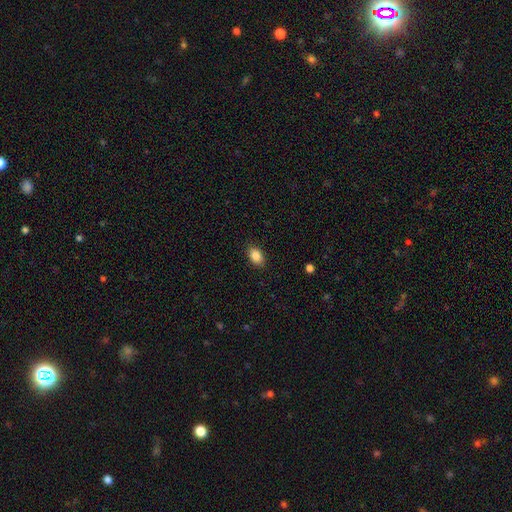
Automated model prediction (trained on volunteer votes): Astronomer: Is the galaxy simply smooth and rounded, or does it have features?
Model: smooth — 86%.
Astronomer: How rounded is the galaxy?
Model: in between — 87%.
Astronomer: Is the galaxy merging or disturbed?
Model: none — 89%.